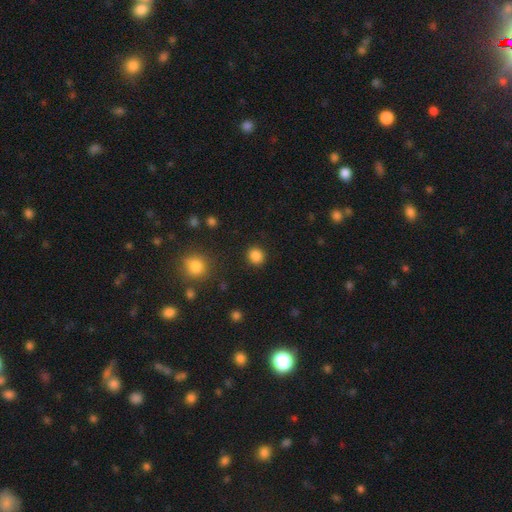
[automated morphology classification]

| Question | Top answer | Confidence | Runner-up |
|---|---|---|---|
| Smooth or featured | smooth | 86% | star or artifact (11%) |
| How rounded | round | 87% | in between (12%) |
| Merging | none | 90% | minor disturbance (6%) |